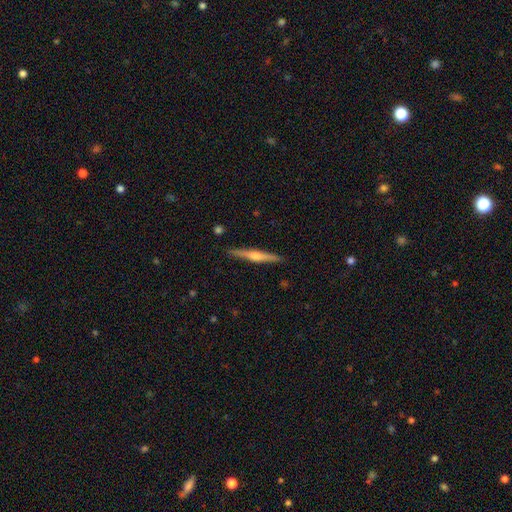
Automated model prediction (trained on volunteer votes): smooth-or-featured: featured or disk: 71% | smooth: 24% | star or artifact: 5%
  disk-edge-on: yes: 98% | no: 2%
    edge-on-bulge: rounded: 91% | none: 5% | boxy: 4%
  merging: none: 91% | minor disturbance: 6% | major disturbance: 1% | merger: 1%